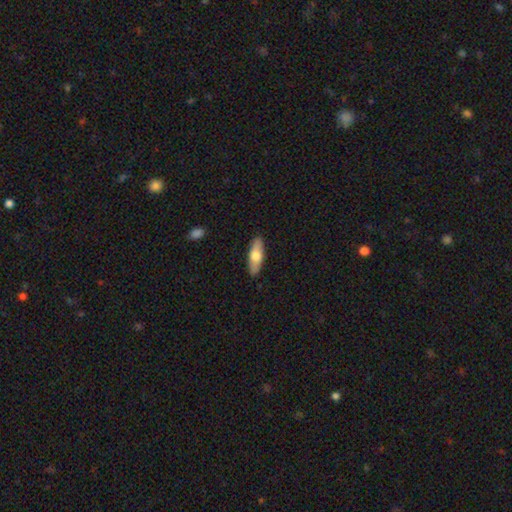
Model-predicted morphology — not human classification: This is likely a smooth galaxy (66%). How rounded: possibly in between (59%). Merging: clearly none (89%).